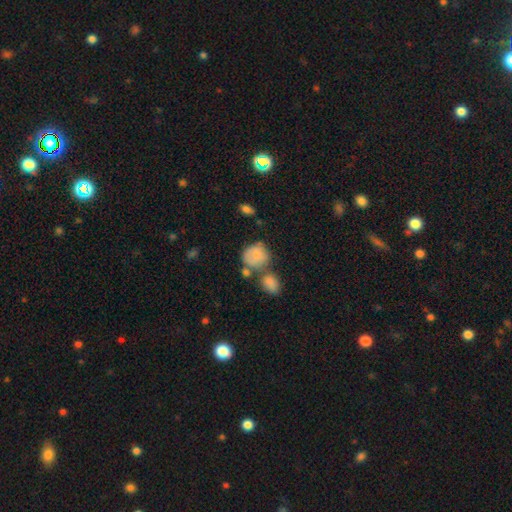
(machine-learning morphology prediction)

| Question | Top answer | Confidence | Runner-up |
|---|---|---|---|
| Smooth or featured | smooth | 81% | featured or disk (10%) |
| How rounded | round | 68% | in between (31%) |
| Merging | none | 42% | merger (30%) |